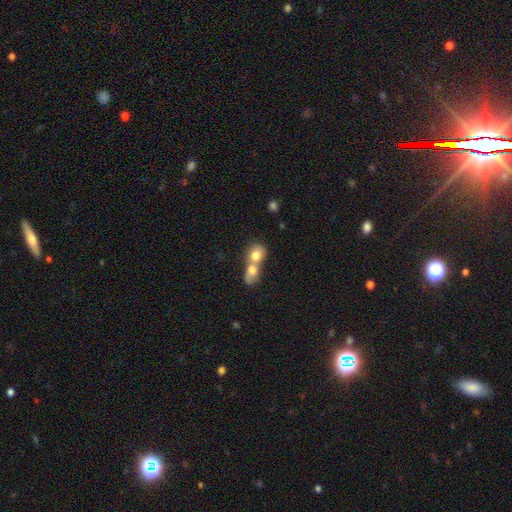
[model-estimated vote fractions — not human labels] Q: Smooth or featured?
A: smooth (74%); runner-up: featured or disk (17%)
Q: How rounded?
A: round (65%); runner-up: in between (34%)
Q: Merging?
A: merger (75%); runner-up: none (18%)